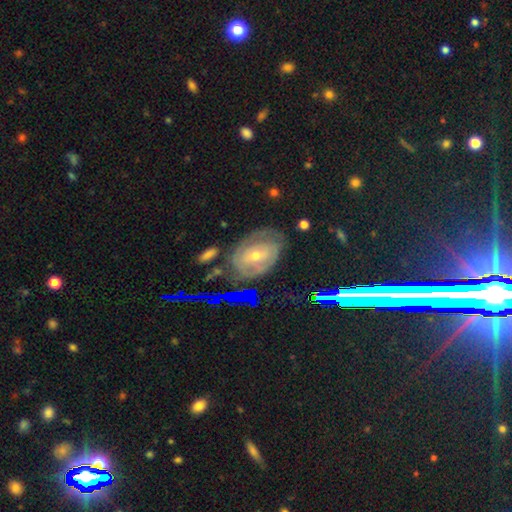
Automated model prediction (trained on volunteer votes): smooth_or_featured: featured or disk (p=0.66) [alt: smooth p=0.22]
disk_edge_on: no (p=0.93) [alt: yes p=0.07]
bar: no (p=0.54) [alt: weak p=0.34]
has_spiral_arms: yes (p=0.77) [alt: no p=0.23]
bulge_size: small (p=0.60) [alt: moderate p=0.36]
merging: none (p=0.65) [alt: minor disturbance p=0.21]